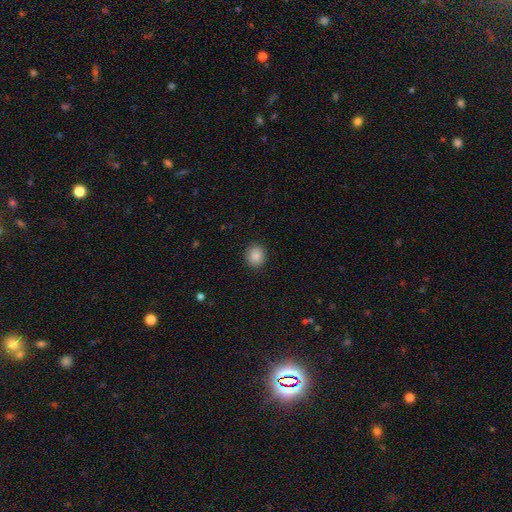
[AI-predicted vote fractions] smooth-or-featured: smooth: 87% | star or artifact: 9% | featured or disk: 4%
  how-rounded: round: 82% | in between: 17% | cigar-shaped: 1%
  merging: none: 91% | minor disturbance: 6% | major disturbance: 2% | merger: 1%